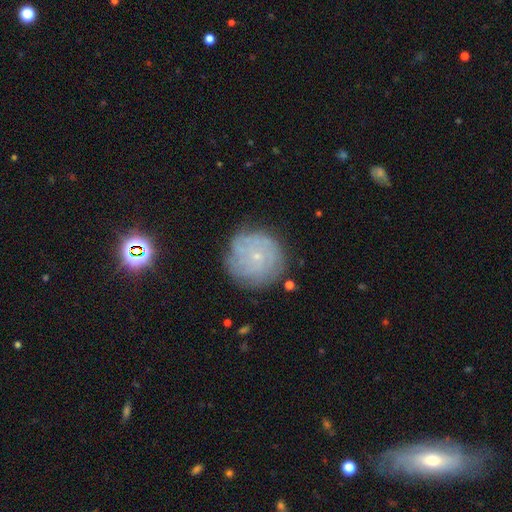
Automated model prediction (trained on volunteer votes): featured or disk 56%, smooth 29%, star or artifact 15%. Down the decision tree: edge-on disk — no (97%); bar — no (85%); spiral arms — yes (79%); bulge size — small (86%); merging — none (79%).